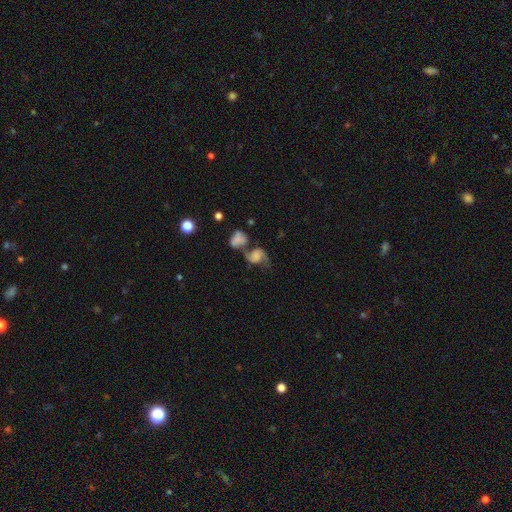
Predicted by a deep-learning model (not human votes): Smooth or featured?
  - featured or disk: 60% *
  - smooth: 27%
  - star or artifact: 13%
Edge-on disk?
  - no: 97% *
  - yes: 3%
Bar?
  - no: 67% *
  - weak: 26%
  - strong: 7%
Spiral arms?
  - yes: 88% *
  - no: 12%
Spiral winding?
  - loose: 51% *
  - medium: 37%
  - tight: 12%
Spiral arm count?
  - 2: 79% *
  - 1: 11%
  - can't tell: 5%
  - 3: 2%
  - 4: 1%
  - more than 4: 1%
Bulge size?
  - none: 41% *
  - small: 21%
  - moderate: 20%
  - large: 14%
  - dominant: 5%
Merging?
  - merger: 46% *
  - none: 28%
  - major disturbance: 14%
  - minor disturbance: 12%